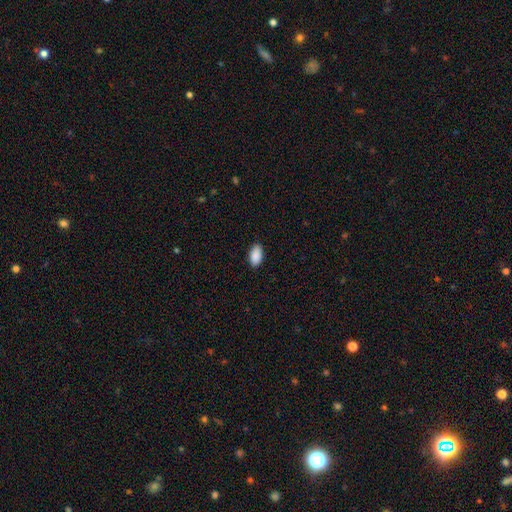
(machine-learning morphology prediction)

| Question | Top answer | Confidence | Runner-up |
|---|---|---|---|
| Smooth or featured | smooth | 90% | star or artifact (6%) |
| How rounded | in between | 94% | round (3%) |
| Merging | none | 88% | minor disturbance (10%) |